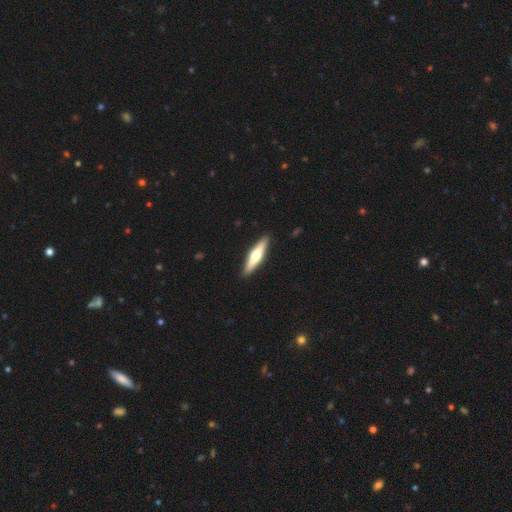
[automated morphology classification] Smooth or featured: featured or disk — 51% (smooth — 44%)
Edge-on disk: yes — 95% (no — 5%)
Merging: none — 91% (minor disturbance — 7%)